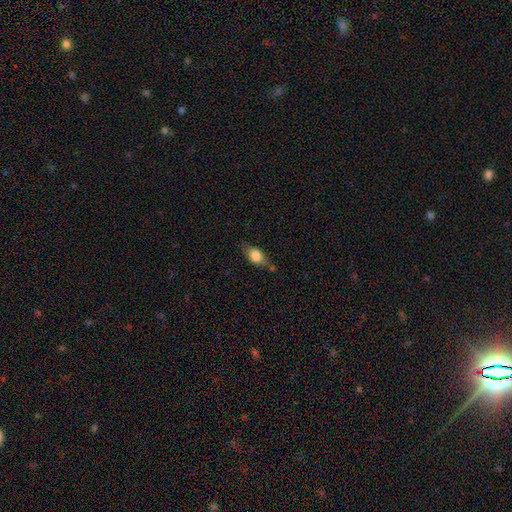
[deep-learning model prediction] A smooth galaxy with no disk features (72%) that is in between round and cigar-shaped (79%).

Vote fractions:
- Smooth or featured? smooth: 72% / featured or disk: 20% / star or artifact: 8%
- How rounded? in between: 79% / round: 12% / cigar-shaped: 9%
- Merging? none: 58% / minor disturbance: 27% / major disturbance: 8% / merger: 7%